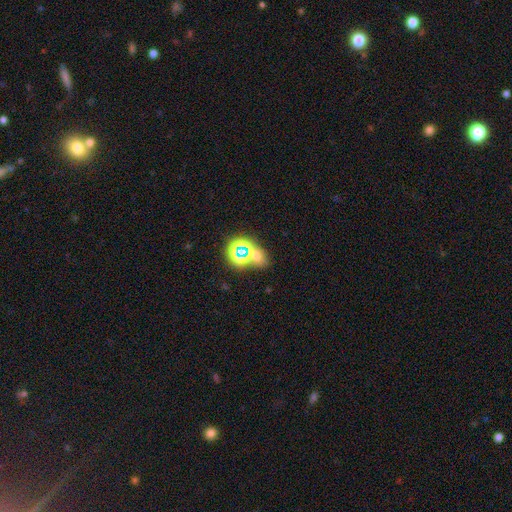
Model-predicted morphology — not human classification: A star or artifact, not a galaxy (47%).